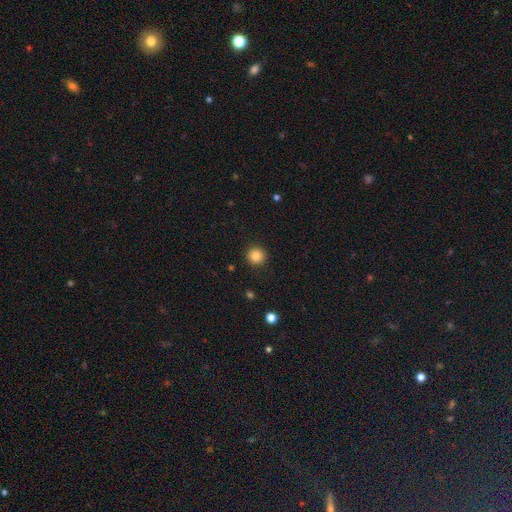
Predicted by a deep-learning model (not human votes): The model was most divided on "smooth or featured": smooth: 85%, star or artifact: 10%, featured or disk: 5%. More confident: how rounded — round (94%); merging — none (92%).